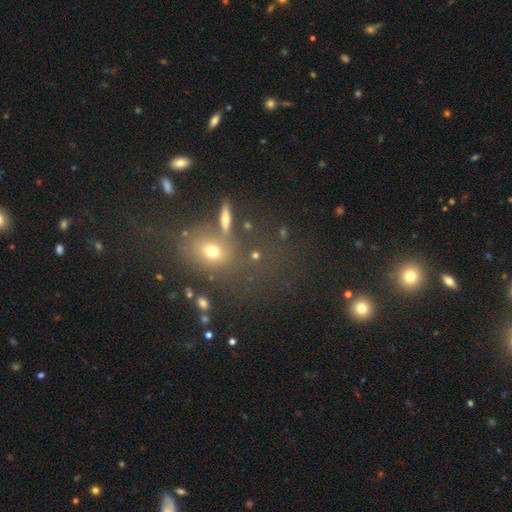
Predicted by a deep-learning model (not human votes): smooth_or_featured: smooth (p=0.58) [alt: star or artifact p=0.26]
how_rounded: in between (p=0.47) [alt: round p=0.45]
merging: none (p=0.61) [alt: merger p=0.17]